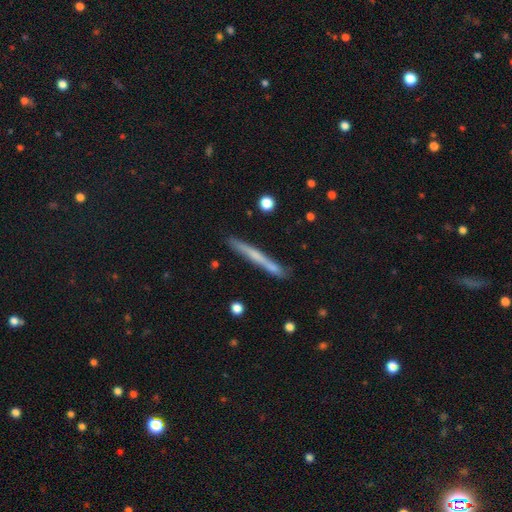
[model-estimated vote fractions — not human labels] Smooth or featured: smooth — 50% (featured or disk — 44%)
How rounded: cigar-shaped — 96% (in between — 2%)
Merging: none — 83% (minor disturbance — 12%)